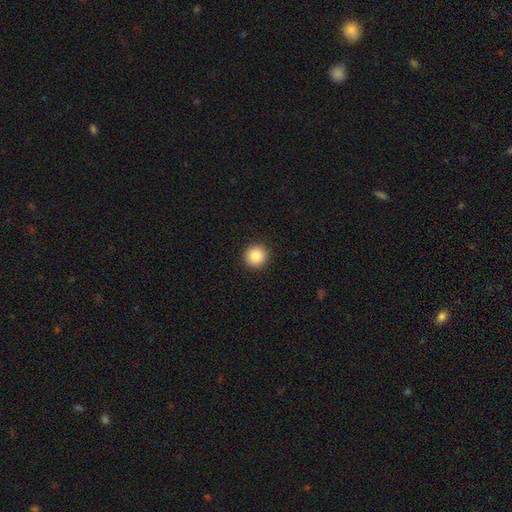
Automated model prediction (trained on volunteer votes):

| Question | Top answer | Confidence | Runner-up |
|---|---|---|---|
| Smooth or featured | smooth | 87% | star or artifact (9%) |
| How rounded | round | 94% | in between (5%) |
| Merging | none | 93% | minor disturbance (4%) |